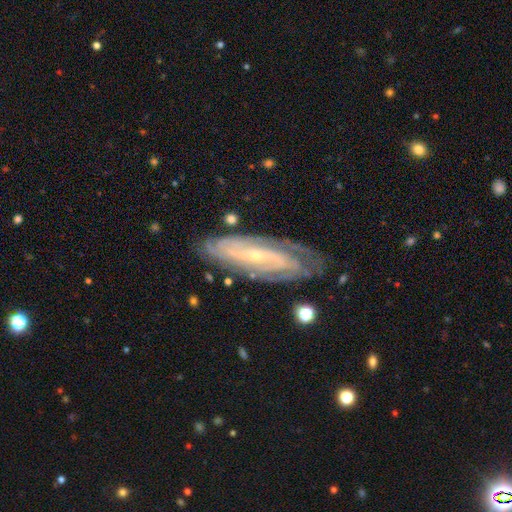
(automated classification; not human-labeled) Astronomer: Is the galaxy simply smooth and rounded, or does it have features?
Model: featured or disk — 84%.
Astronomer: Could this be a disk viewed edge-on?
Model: no — 83%.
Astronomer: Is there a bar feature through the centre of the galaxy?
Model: no — 40% (runner-up: weak, 33%).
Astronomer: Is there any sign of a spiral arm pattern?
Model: yes — 94%.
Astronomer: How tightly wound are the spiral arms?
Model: tight — 62%.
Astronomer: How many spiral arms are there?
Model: can't tell — 35% (runner-up: 2, 34%).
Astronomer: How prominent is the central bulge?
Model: small — 79%.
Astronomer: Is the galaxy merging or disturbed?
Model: none — 75%.